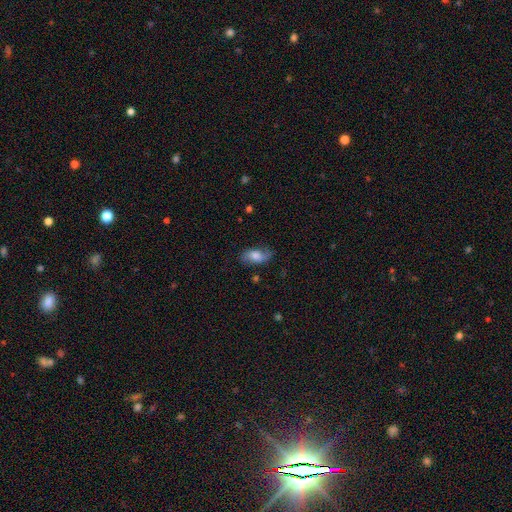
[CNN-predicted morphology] Q: Smooth or featured?
A: smooth (62%); runner-up: featured or disk (30%)
Q: How rounded?
A: in between (89%); runner-up: cigar-shaped (6%)
Q: Merging?
A: none (66%); runner-up: minor disturbance (24%)